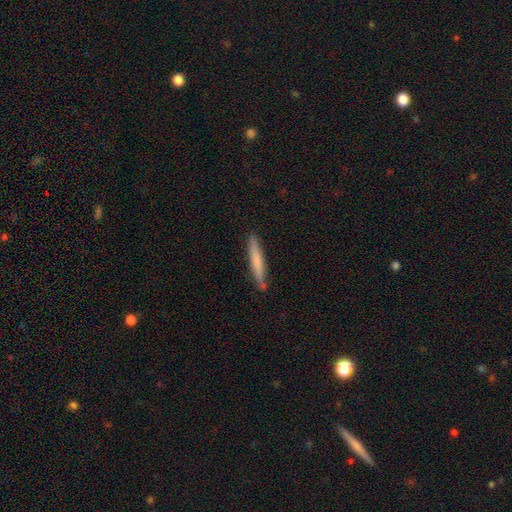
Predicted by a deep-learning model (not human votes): This is likely a smooth galaxy (63%). How rounded: clearly cigar-shaped (96%). Merging: clearly none (87%).